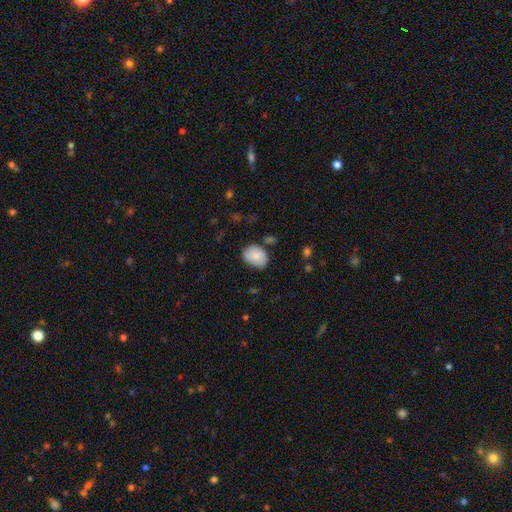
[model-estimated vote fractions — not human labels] Q: Smooth or featured?
A: smooth (87%); runner-up: featured or disk (7%)
Q: How rounded?
A: in between (66%); runner-up: round (33%)
Q: Merging?
A: none (71%); runner-up: minor disturbance (21%)